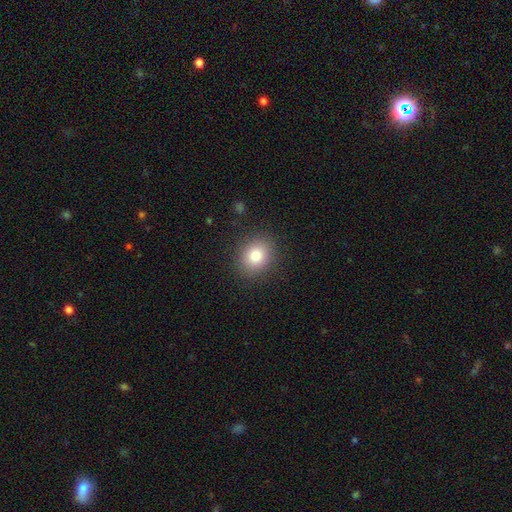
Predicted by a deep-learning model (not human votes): smooth-or-featured: smooth: 81% | star or artifact: 11% | featured or disk: 8%
  how-rounded: round: 64% | in between: 35% | cigar-shaped: 1%
  merging: none: 88% | minor disturbance: 8% | major disturbance: 3% | merger: 1%